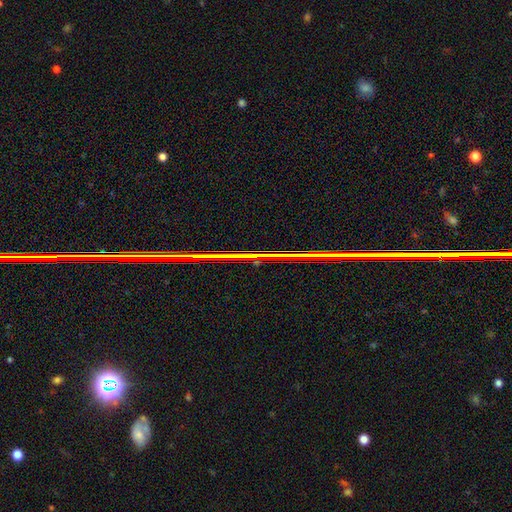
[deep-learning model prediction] Overall: star or artifact (82%).